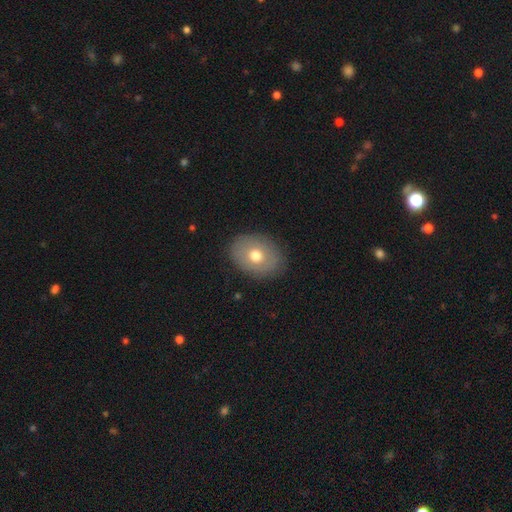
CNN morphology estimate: A smooth galaxy with no disk features (67%) that is in between round and cigar-shaped (65%). Merging: none (85%).